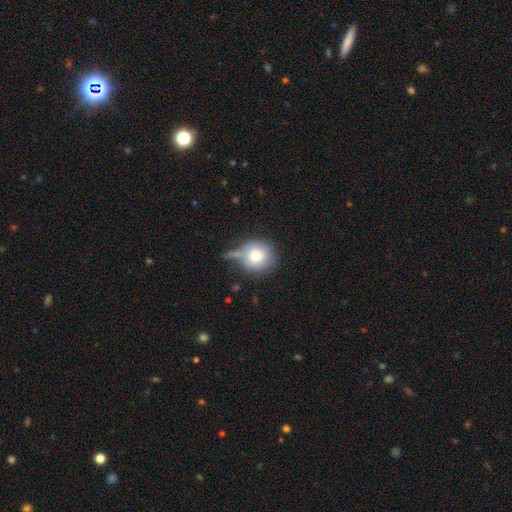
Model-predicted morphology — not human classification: Smooth or featured?
  - smooth: 72% *
  - featured or disk: 20%
  - star or artifact: 8%
How rounded?
  - round: 87% *
  - in between: 11%
  - cigar-shaped: 1%
Merging?
  - none: 44% *
  - minor disturbance: 28%
  - major disturbance: 14%
  - merger: 14%